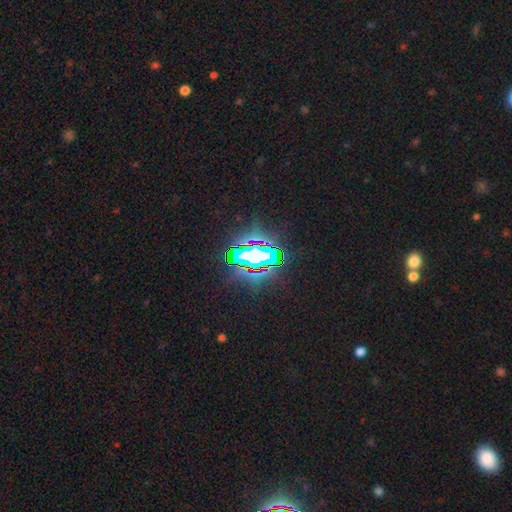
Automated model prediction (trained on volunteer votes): A star or artifact, not a galaxy (73%).

Vote fractions:
- Smooth or featured? star or artifact: 73% / smooth: 14% / featured or disk: 13%